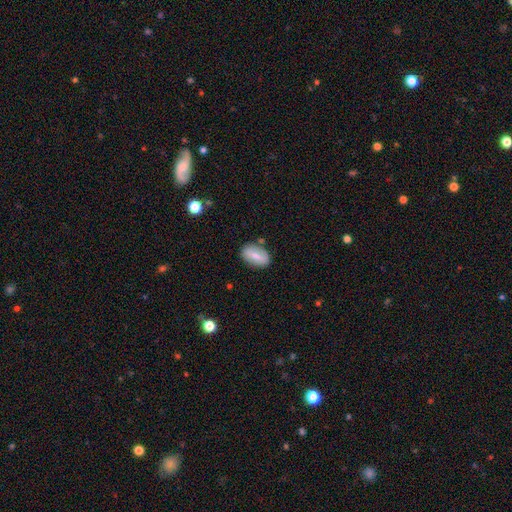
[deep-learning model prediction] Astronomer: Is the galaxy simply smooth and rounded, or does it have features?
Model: smooth — 63%.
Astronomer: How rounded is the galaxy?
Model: in between — 89%.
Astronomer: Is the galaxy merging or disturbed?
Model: none — 81%.